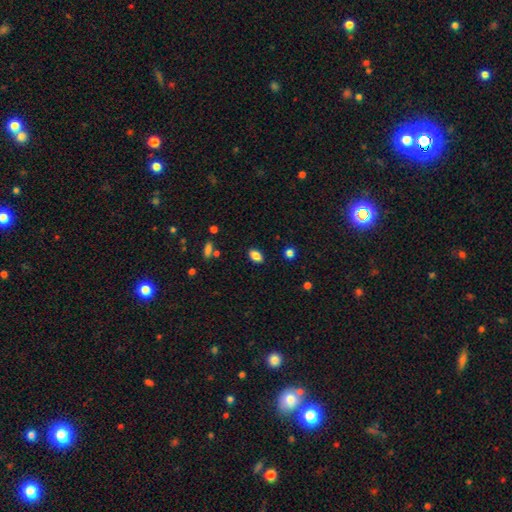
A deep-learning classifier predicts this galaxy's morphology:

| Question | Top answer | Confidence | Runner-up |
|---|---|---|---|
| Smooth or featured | smooth | 85% | star or artifact (10%) |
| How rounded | in between | 88% | round (9%) |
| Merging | none | 86% | minor disturbance (10%) |